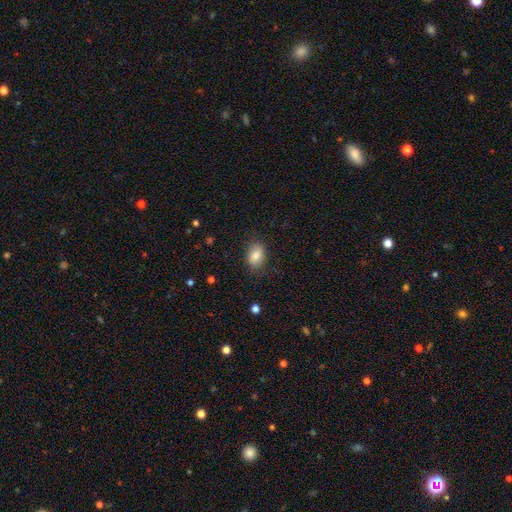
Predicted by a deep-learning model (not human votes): smooth-or-featured: smooth: 85% | star or artifact: 8% | featured or disk: 7%
  how-rounded: in between: 83% | round: 16% | cigar-shaped: 1%
  merging: none: 82% | minor disturbance: 13% | major disturbance: 4% | merger: 1%